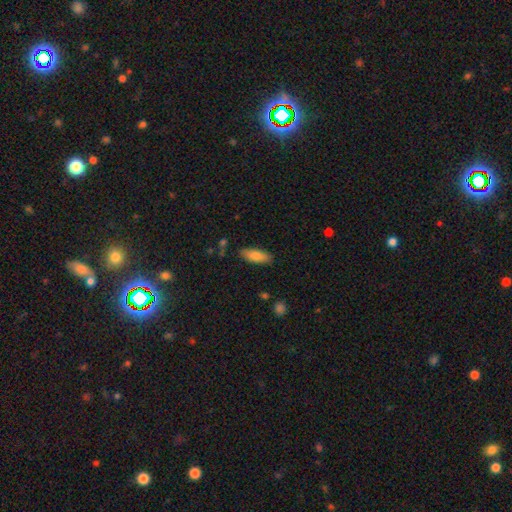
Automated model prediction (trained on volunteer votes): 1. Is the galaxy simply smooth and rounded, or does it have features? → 78% smooth, 16% featured or disk, 7% star or artifact.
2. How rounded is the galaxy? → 69% in between, 29% cigar-shaped, 2% round.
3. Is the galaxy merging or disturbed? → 84% none, 12% minor disturbance, 2% major disturbance, 2% merger.